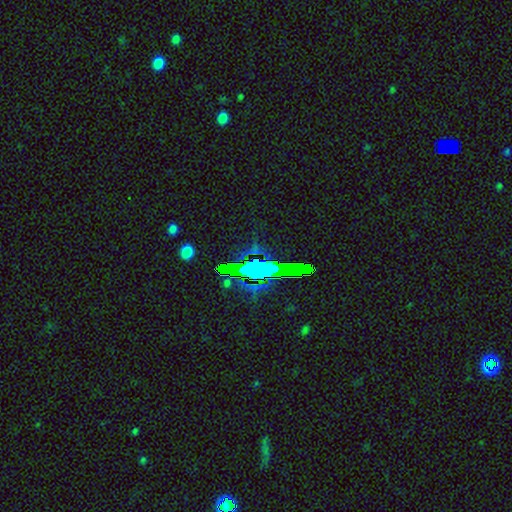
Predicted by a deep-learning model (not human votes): The model was most divided on "smooth or featured": star or artifact: 62%, smooth: 24%, featured or disk: 14%.